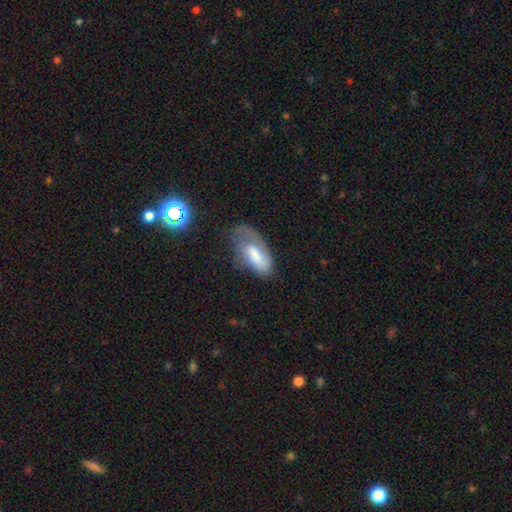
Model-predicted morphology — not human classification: This appears to be a smooth galaxy with no disk features (60%) that is in between round and cigar-shaped (87%). Merging: none (36%).